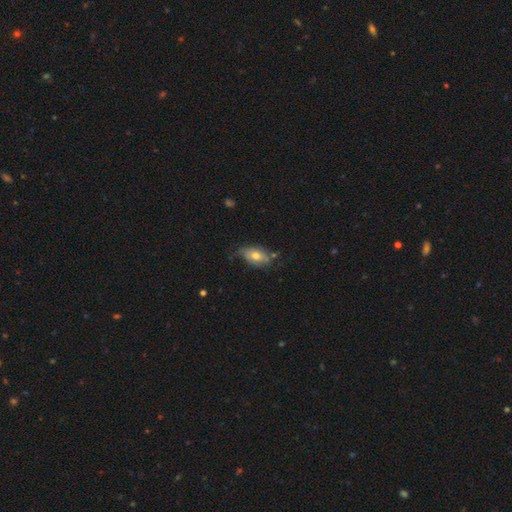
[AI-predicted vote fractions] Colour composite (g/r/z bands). It shows a smooth galaxy with no disk features (64%) that is in between round and cigar-shaped (90%). Merging: none (54%).